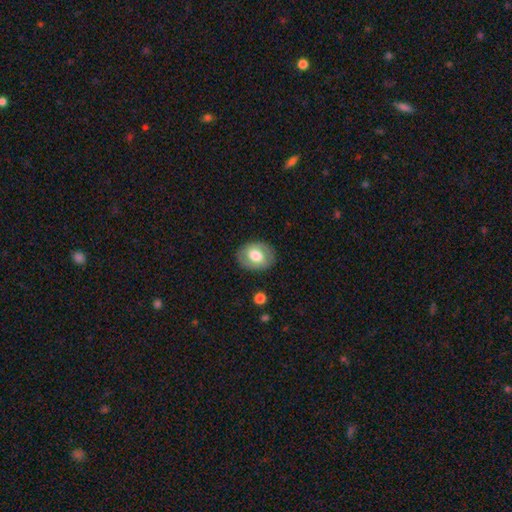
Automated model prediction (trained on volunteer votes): Overall: smooth (56%; featured or disk 37%). How rounded: in between (62%; round 37%). Merging: none (84%).